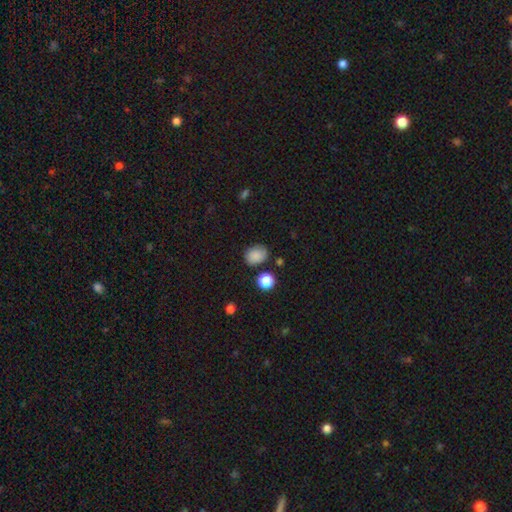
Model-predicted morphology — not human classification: Smooth or featured?
  - smooth: 84% *
  - star or artifact: 10%
  - featured or disk: 5%
How rounded?
  - in between: 55% *
  - round: 44%
  - cigar-shaped: 1%
Merging?
  - none: 75% *
  - minor disturbance: 16%
  - merger: 4%
  - major disturbance: 4%